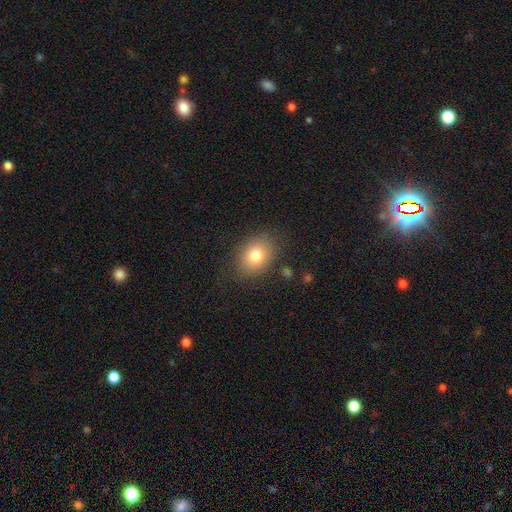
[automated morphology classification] smooth 79%, featured or disk 11%, star or artifact 10%. Down the decision tree: how rounded — in between (61%); merging — none (82%).